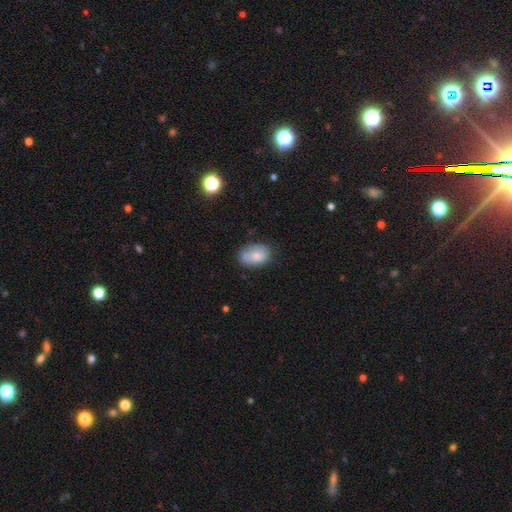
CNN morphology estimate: A smooth galaxy with no disk features (77%) that is in between round and cigar-shaped (83%).

Vote fractions:
- Smooth or featured? smooth: 77% / featured or disk: 15% / star or artifact: 8%
- How rounded? in between: 83% / round: 16% / cigar-shaped: 1%
- Merging? none: 60% / minor disturbance: 26% / merger: 8% / major disturbance: 6%